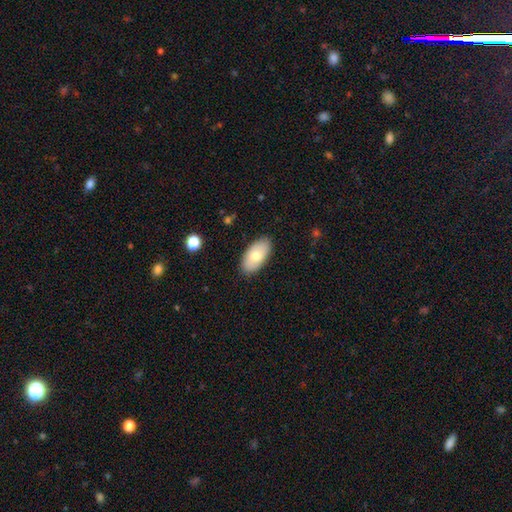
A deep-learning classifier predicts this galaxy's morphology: Smooth or featured?
  - smooth: 71% *
  - featured or disk: 23%
  - star or artifact: 6%
How rounded?
  - in between: 95% *
  - round: 3%
  - cigar-shaped: 3%
Merging?
  - none: 87% *
  - minor disturbance: 10%
  - major disturbance: 2%
  - merger: 1%